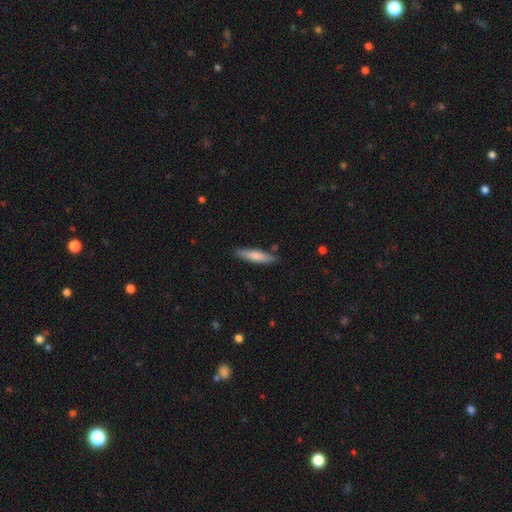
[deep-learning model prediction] A smooth galaxy with no disk features (76%) that is cigar-shaped (78%). Merging: none (83%).